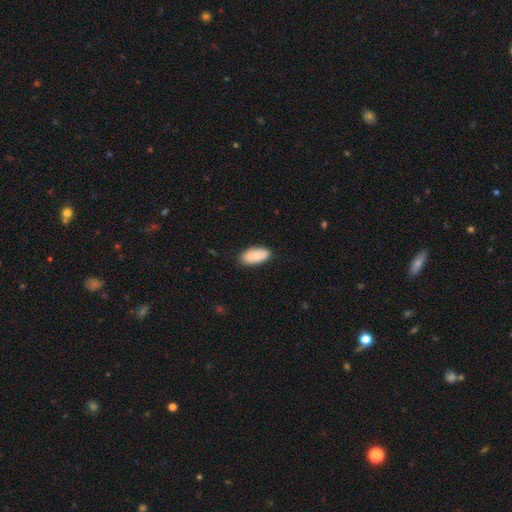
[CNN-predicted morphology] Overall: smooth (90%). How rounded: in between (92%). Merging: none (85%).